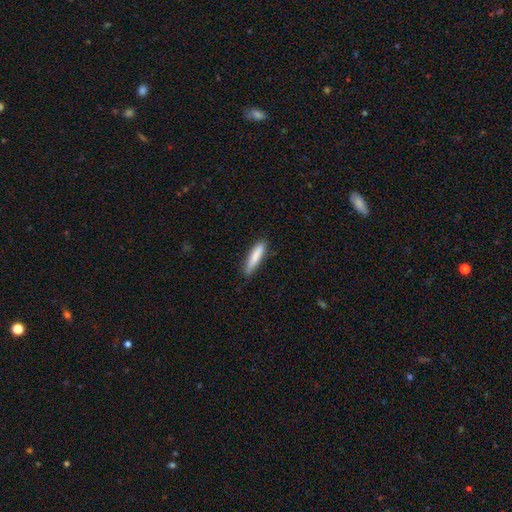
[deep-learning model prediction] Smooth or featured? smooth (82%)
How rounded? cigar-shaped (85%)
Merging? none (83%)